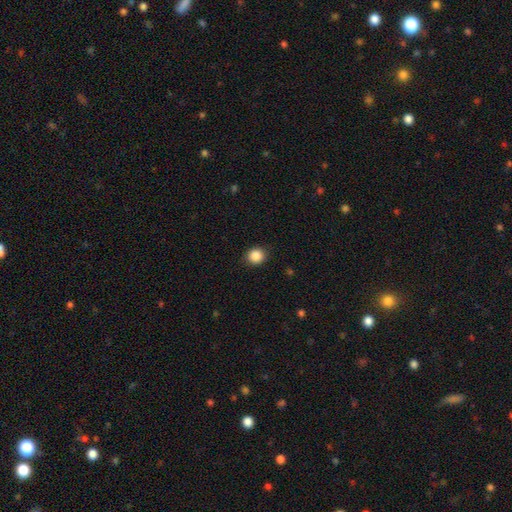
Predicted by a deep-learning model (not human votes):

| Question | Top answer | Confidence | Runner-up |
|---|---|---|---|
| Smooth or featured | smooth | 87% | star or artifact (10%) |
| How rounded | round | 82% | in between (18%) |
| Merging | none | 88% | minor disturbance (8%) |